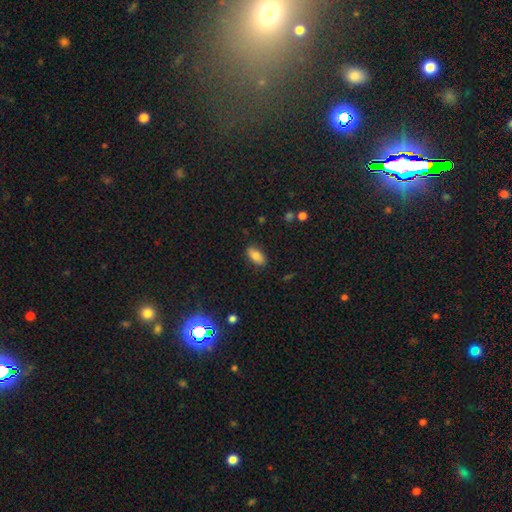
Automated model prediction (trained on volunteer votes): This appears to be a smooth galaxy with no disk features (80%) that is in between round and cigar-shaped (89%). Merging: none (87%).